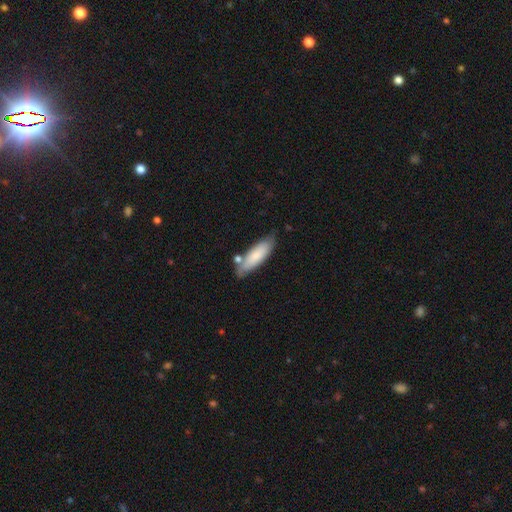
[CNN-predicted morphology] This is likely a smooth galaxy (76%). How rounded: possibly cigar-shaped (49%, tied with in between). Merging: likely none (68%).